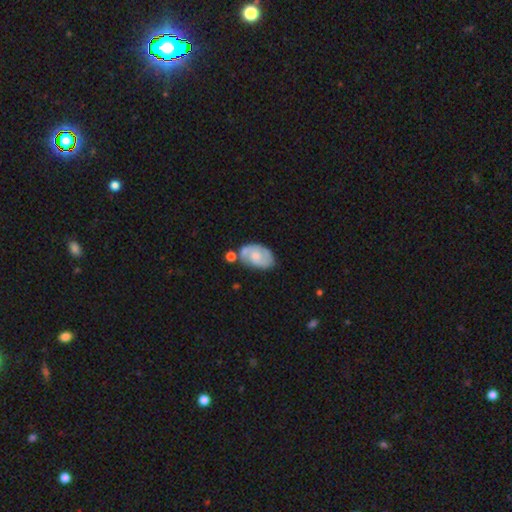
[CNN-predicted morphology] Smooth or featured?
  - featured or disk: 59% *
  - smooth: 35%
  - star or artifact: 6%
Edge-on disk?
  - no: 96% *
  - yes: 4%
Bar?
  - no: 68% *
  - weak: 28%
  - strong: 4%
Spiral arms?
  - yes: 82% *
  - no: 18%
Bulge size?
  - moderate: 43% *
  - small: 39%
  - none: 10%
  - large: 6%
  - dominant: 2%
Merging?
  - none: 53% *
  - minor disturbance: 23%
  - merger: 16%
  - major disturbance: 8%